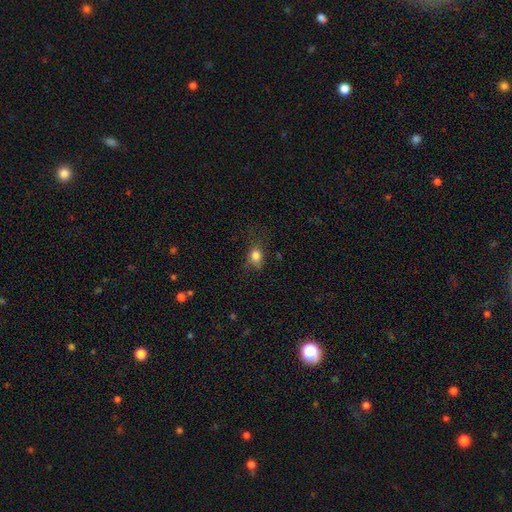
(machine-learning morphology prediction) Smooth or featured: smooth — 80% (star or artifact — 12%)
How rounded: in between — 52% (round — 46%)
Merging: none — 55% (minor disturbance — 27%)